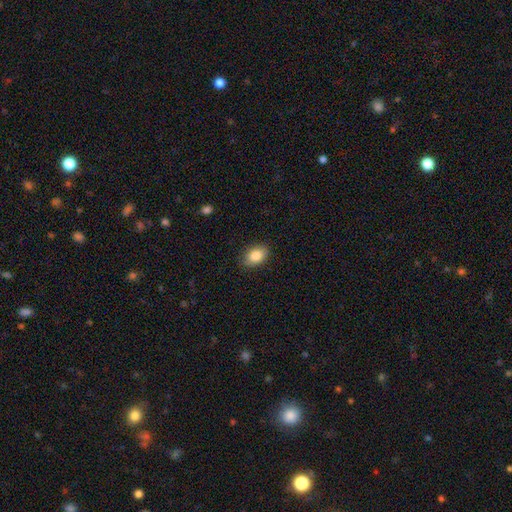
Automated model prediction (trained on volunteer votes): Smooth or featured? smooth (87%)
How rounded? in between (84%)
Merging? none (87%)